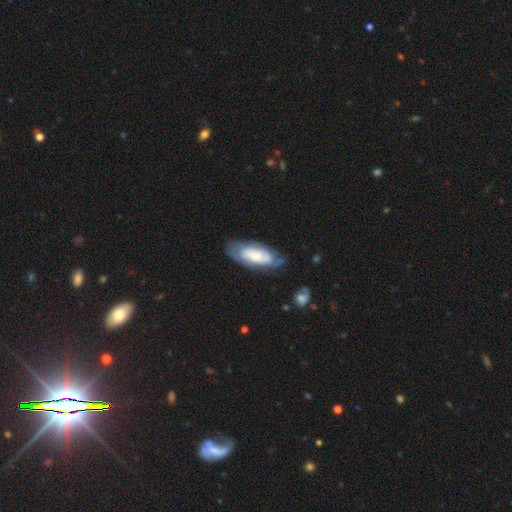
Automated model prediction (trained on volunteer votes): This is possibly a featured or disk galaxy (51%). It is clearly not viewed edge-on (85%). Merging: likely none (62%).